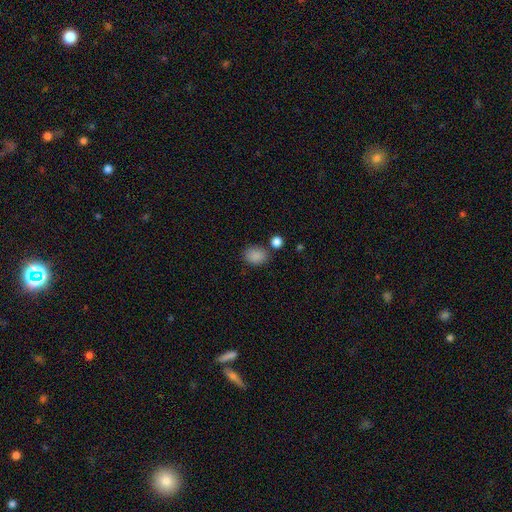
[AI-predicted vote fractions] smooth_or_featured: smooth (p=0.86) [alt: star or artifact p=0.10]
how_rounded: in between (p=0.55) [alt: round p=0.44]
merging: none (p=0.74) [alt: minor disturbance p=0.13]